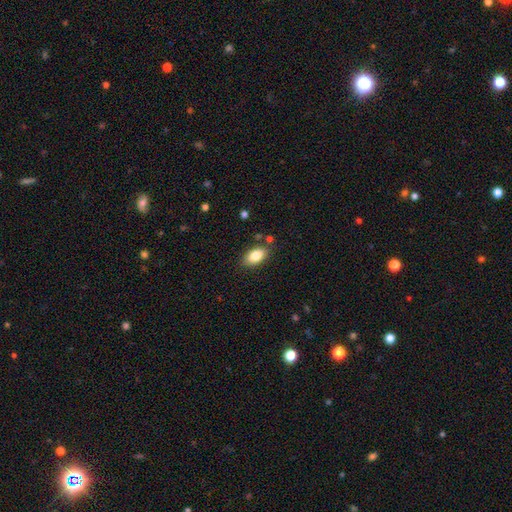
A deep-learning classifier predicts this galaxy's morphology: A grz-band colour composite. It shows a smooth galaxy with no disk features (83%) that is in between round and cigar-shaped (91%). Merging: none (82%).